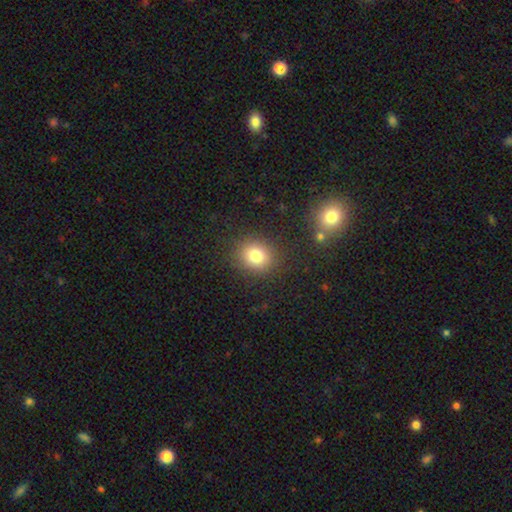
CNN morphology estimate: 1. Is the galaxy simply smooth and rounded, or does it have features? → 80% smooth, 13% star or artifact, 8% featured or disk.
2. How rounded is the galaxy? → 74% round, 25% in between, 1% cigar-shaped.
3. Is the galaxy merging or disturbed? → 87% none, 8% minor disturbance, 3% major disturbance, 2% merger.